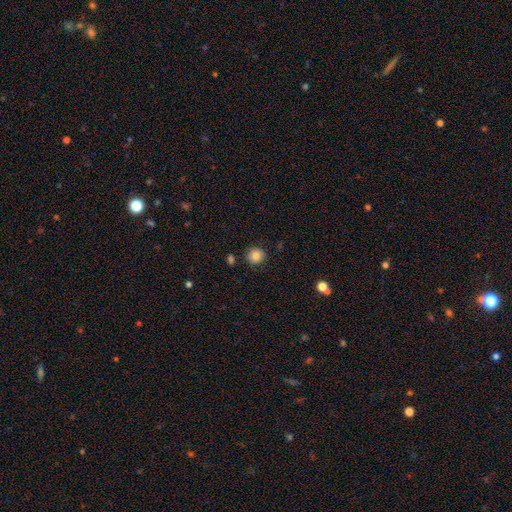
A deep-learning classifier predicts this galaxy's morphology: A smooth galaxy with no disk features (83%) that is round (88%).

Vote fractions:
- Smooth or featured? smooth: 83% / star or artifact: 10% / featured or disk: 7%
- How rounded? round: 88% / in between: 11% / cigar-shaped: 1%
- Merging? none: 84% / minor disturbance: 11% / merger: 3% / major disturbance: 3%